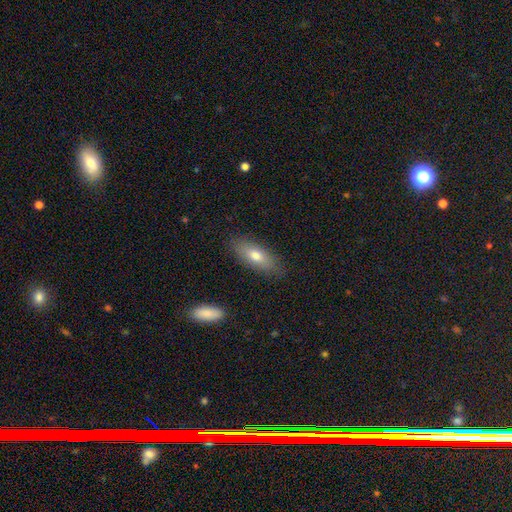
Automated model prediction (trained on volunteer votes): Smooth or featured? smooth (73%)
How rounded? in between (71%)
Merging? none (85%)